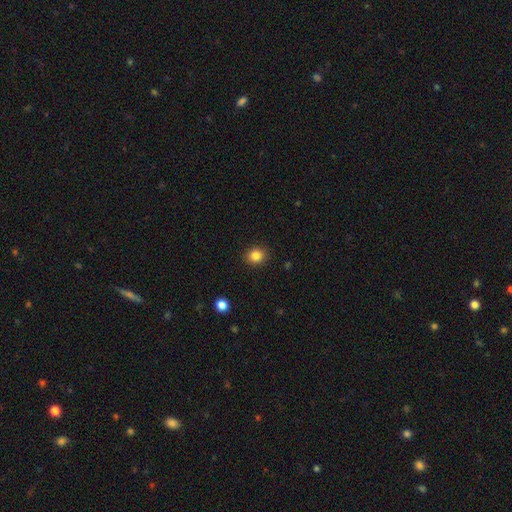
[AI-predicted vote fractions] This is clearly a smooth galaxy (84%). How rounded: likely round (68%). Merging: clearly none (90%).